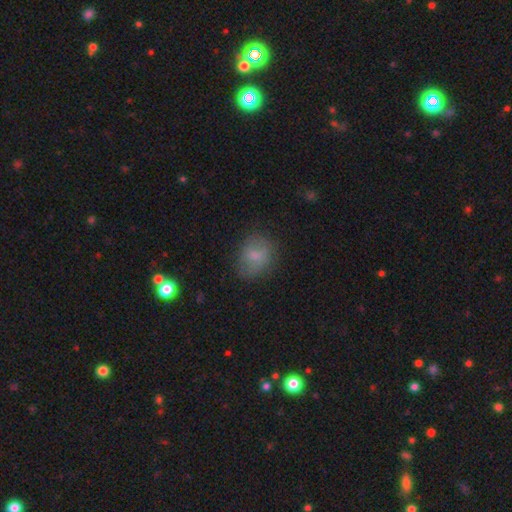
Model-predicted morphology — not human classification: A smooth galaxy with no disk features (73%) that is round (50%). Merging: none (70%).